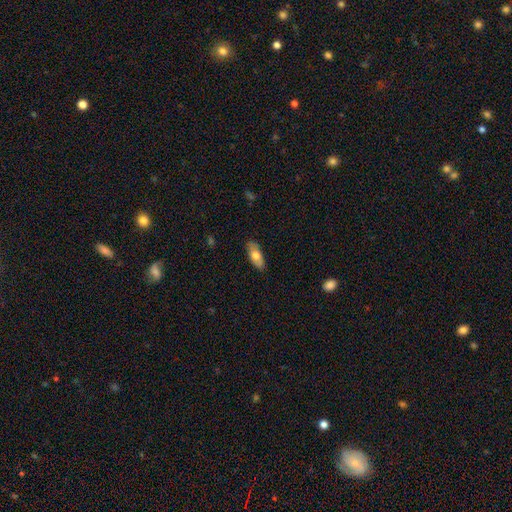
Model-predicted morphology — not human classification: A smooth galaxy with no disk features (71%) that is in between round and cigar-shaped (82%). Merging: none (86%).